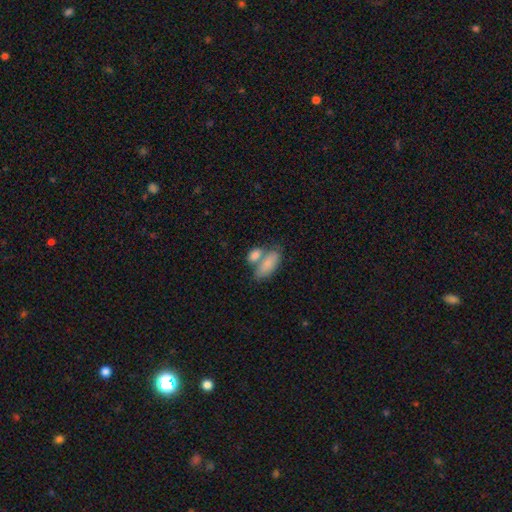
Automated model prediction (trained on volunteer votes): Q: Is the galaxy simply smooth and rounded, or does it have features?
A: smooth — 82%.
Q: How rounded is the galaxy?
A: in between — 86%.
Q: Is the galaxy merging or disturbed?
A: merger — 49%.